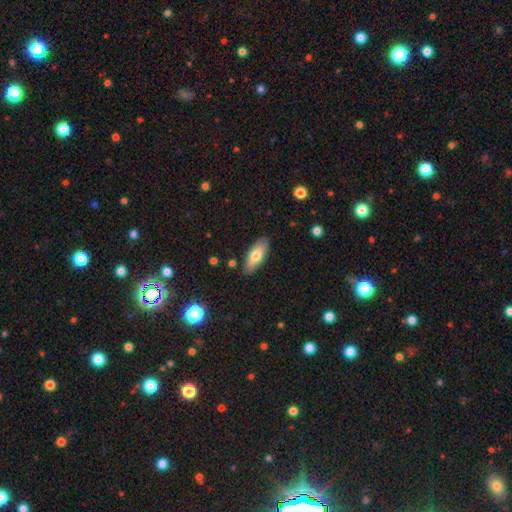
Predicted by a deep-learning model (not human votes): A smooth galaxy with no disk features (72%) that is in between round and cigar-shaped (76%). Merging: none (86%).